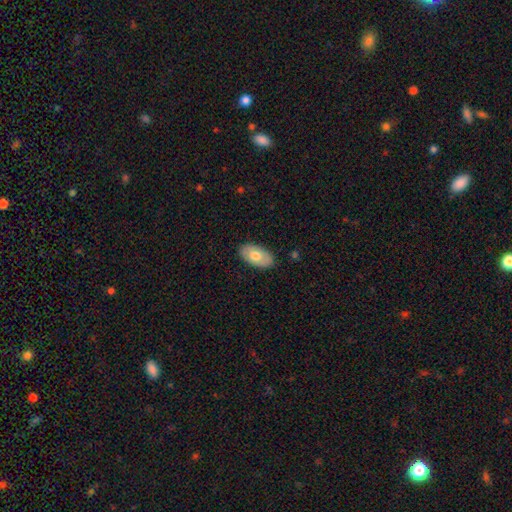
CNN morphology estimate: Smooth or featured? smooth (67%)
How rounded? in between (94%)
Merging? none (86%)